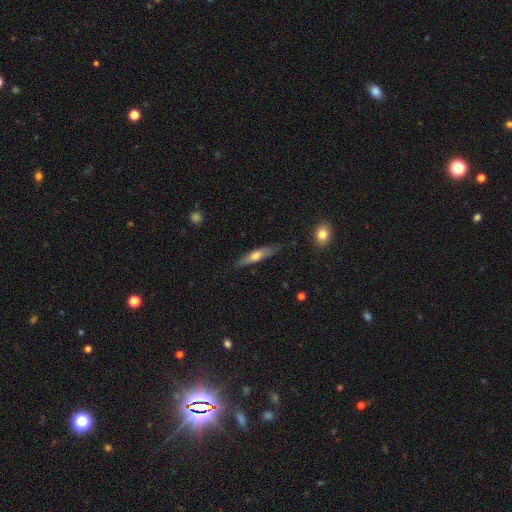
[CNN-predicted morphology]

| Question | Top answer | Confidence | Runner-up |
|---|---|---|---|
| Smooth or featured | smooth | 54% | featured or disk (40%) |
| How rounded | cigar-shaped | 76% | in between (22%) |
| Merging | none | 78% | minor disturbance (17%) |